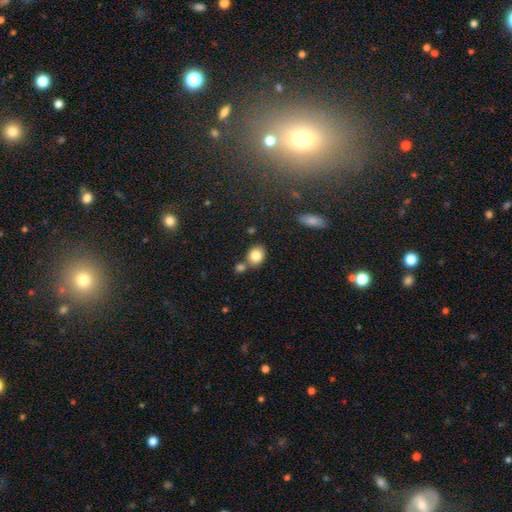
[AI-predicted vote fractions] smooth-or-featured: smooth: 83% | star or artifact: 9% | featured or disk: 8%
  how-rounded: round: 50% | in between: 49% | cigar-shaped: 1%
  merging: none: 63% | merger: 22% | minor disturbance: 11% | major disturbance: 3%